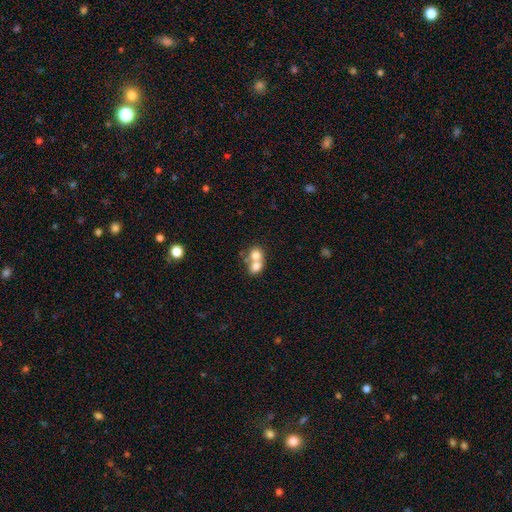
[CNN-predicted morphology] smooth_or_featured: smooth (p=0.73) [alt: featured or disk p=0.17]
how_rounded: round (p=0.64) [alt: in between p=0.35]
merging: merger (p=0.70) [alt: none p=0.22]